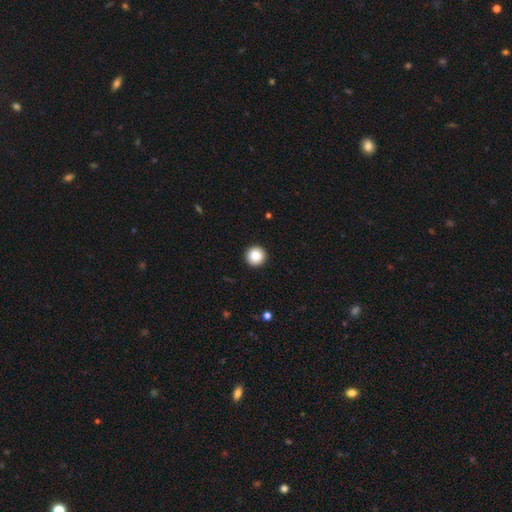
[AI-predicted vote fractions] Morphology: type=smooth (87%); roundness=round (97%); merging=none (94%).